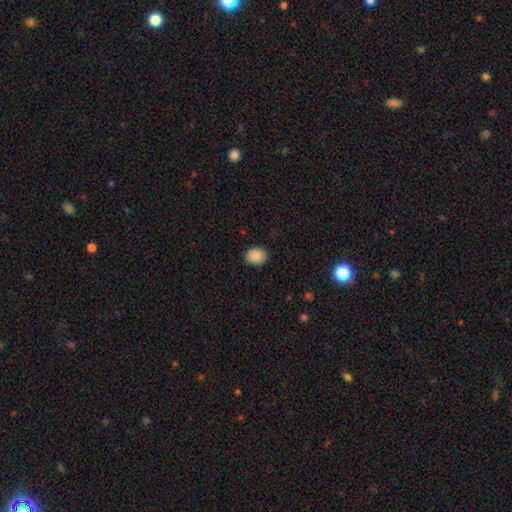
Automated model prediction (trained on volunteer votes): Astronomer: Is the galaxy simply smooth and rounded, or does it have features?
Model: smooth — 88%.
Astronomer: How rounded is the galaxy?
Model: round — 61% (runner-up: in between, 39%).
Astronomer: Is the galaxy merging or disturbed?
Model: none — 88%.